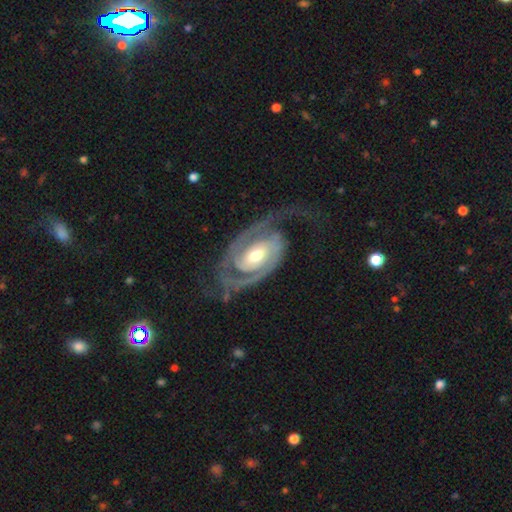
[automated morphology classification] A featured or disk galaxy (91%) with no bar (41%), 2 (82%) tight (50%) spiral arms (98%) and a moderate central bulge (68%).

Vote fractions:
- Smooth or featured? featured or disk: 91% / smooth: 5% / star or artifact: 4%
- Edge-on disk? no: 97% / yes: 3%
- Bar? no: 41% / weak: 38% / strong: 21%
- Spiral arms? yes: 98% / no: 2%
- Spiral winding? tight: 50% / medium: 38% / loose: 12%
- Spiral arm count? 2: 82% / 1: 7% / can't tell: 4% / 3: 4% / 4: 1% / more than 4: 1%
- Bulge size? moderate: 68% / small: 21% / large: 9% / dominant: 1% / none: 1%
- Merging? none: 60% / major disturbance: 19% / minor disturbance: 18% / merger: 2%